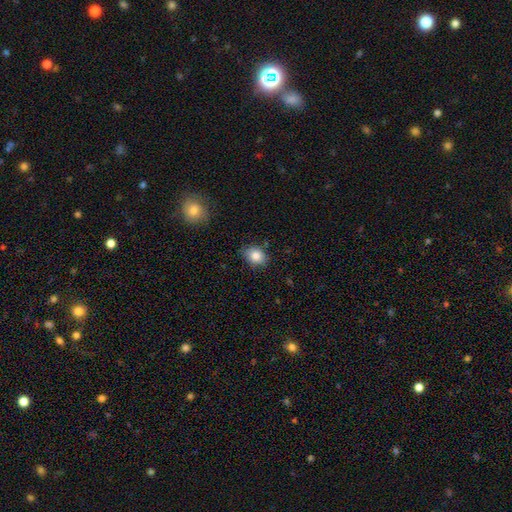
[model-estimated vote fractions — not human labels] smooth_or_featured: smooth (p=0.83) [alt: star or artifact p=0.09]
how_rounded: in between (p=0.59) [alt: round p=0.40]
merging: none (p=0.78) [alt: minor disturbance p=0.17]